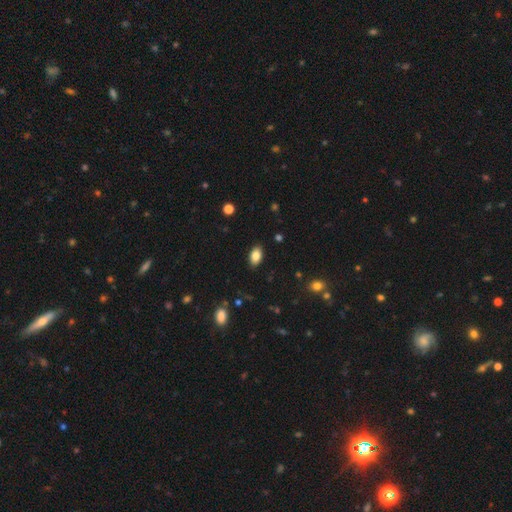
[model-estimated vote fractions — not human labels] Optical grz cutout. It shows a smooth galaxy with no disk features (84%) that is in between round and cigar-shaped (91%). Merging: none (87%).